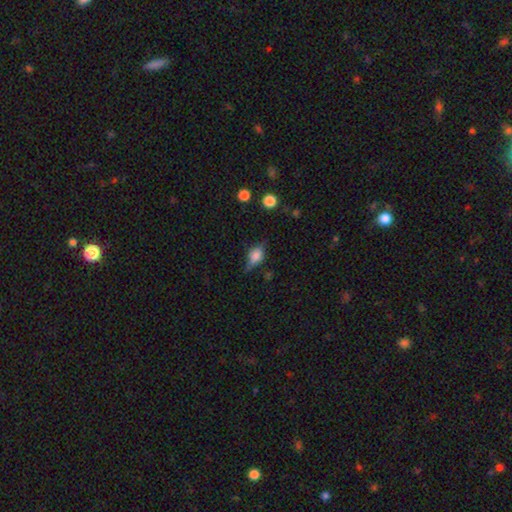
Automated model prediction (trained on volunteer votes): Overall: smooth (46%; featured or disk 43%). Merging: none (63%; minor disturbance 26%).